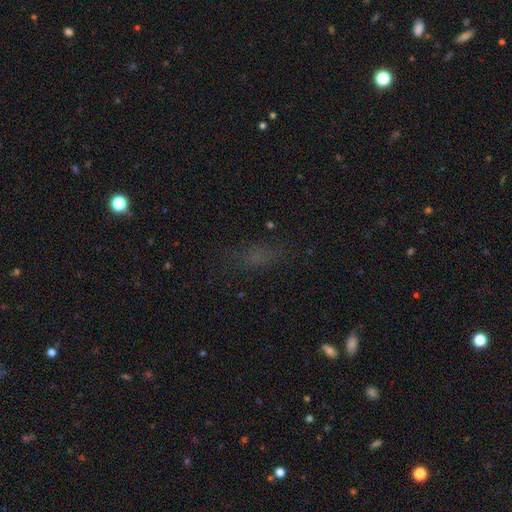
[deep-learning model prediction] Smooth or featured?
  - smooth: 46% *
  - star or artifact: 36%
  - featured or disk: 18%
Merging?
  - none: 71% *
  - minor disturbance: 16%
  - major disturbance: 10%
  - merger: 3%